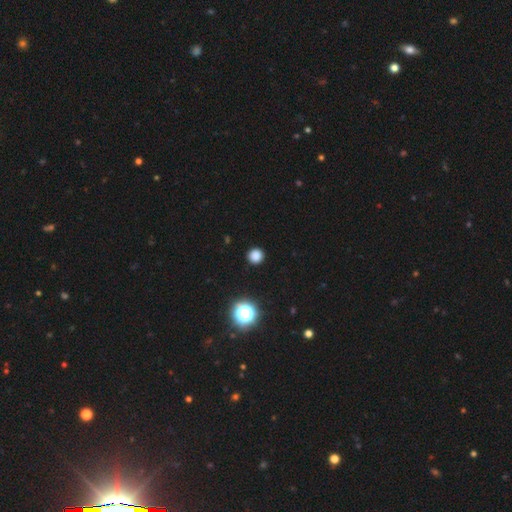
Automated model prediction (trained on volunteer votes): smooth 81%, star or artifact 15%, featured or disk 3%. Down the decision tree: how rounded — round (94%); merging — none (92%).